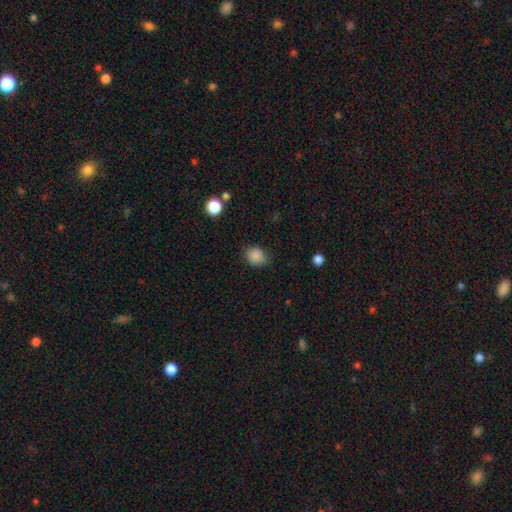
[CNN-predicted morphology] This appears to be a smooth galaxy with no disk features (86%) that is round (74%). Merging: none (79%).